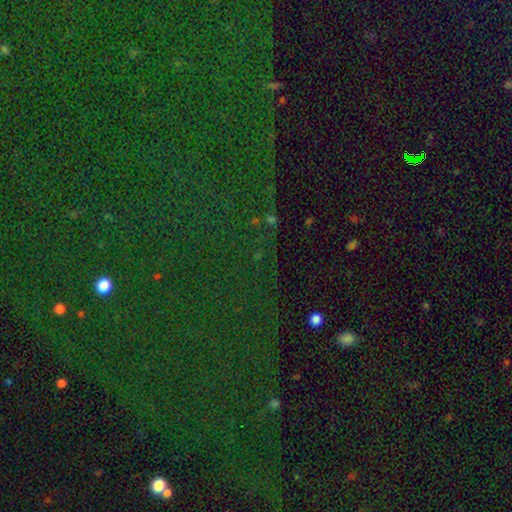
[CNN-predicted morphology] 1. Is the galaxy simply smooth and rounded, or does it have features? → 82% star or artifact, 10% smooth, 8% featured or disk.